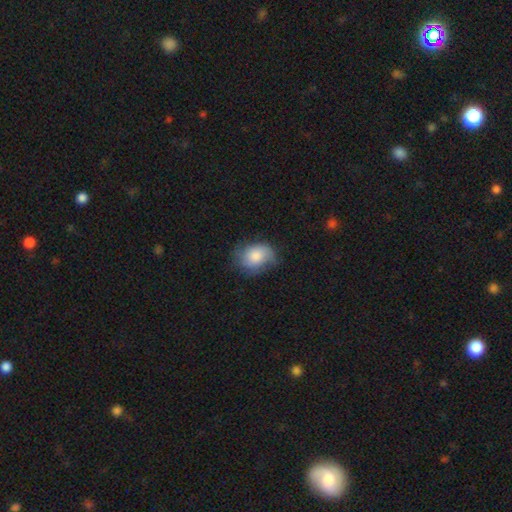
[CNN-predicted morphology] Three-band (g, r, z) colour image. It shows a smooth galaxy with no disk features (72%) that is in between round and cigar-shaped (63%). Merging: none (59%).